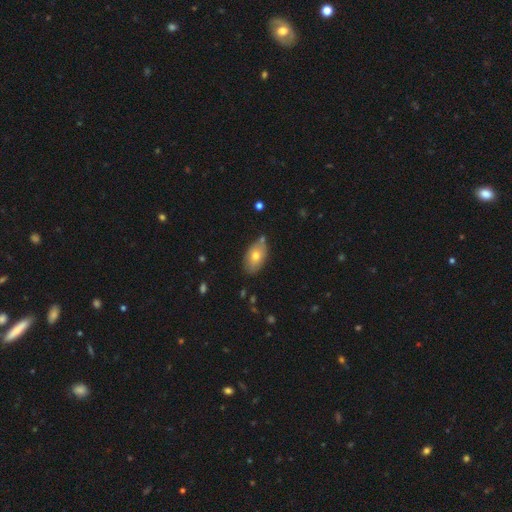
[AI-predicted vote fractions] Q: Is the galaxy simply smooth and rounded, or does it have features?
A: smooth — 71%.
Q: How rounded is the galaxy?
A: in between — 92%.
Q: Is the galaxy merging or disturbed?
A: none — 75%.